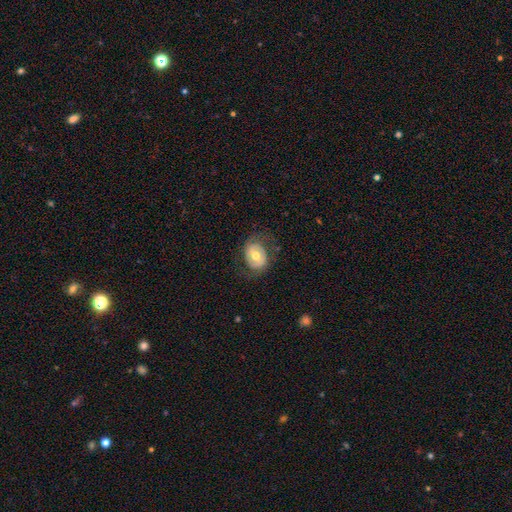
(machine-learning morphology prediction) Smooth or featured? smooth (47%)
Merging? none (70%)